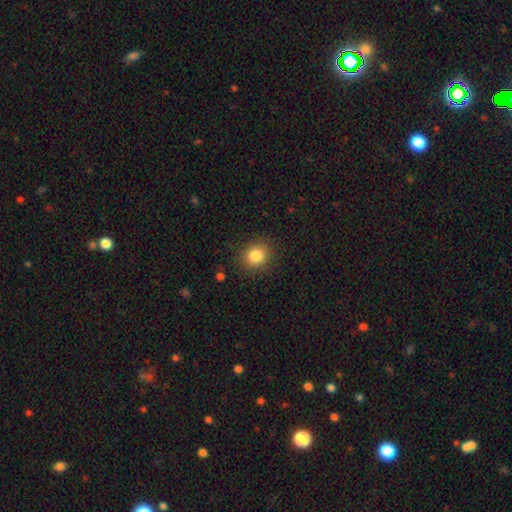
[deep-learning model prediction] smooth-or-featured: smooth: 84% | star or artifact: 10% | featured or disk: 5%
  how-rounded: round: 75% | in between: 24% | cigar-shaped: 1%
  merging: none: 87% | minor disturbance: 9% | major disturbance: 3% | merger: 1%